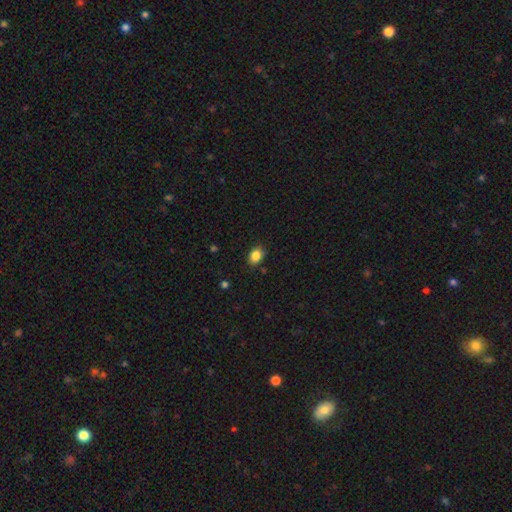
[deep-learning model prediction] Smooth or featured?
  - smooth: 85% *
  - star or artifact: 10%
  - featured or disk: 5%
How rounded?
  - in between: 69% *
  - round: 30%
  - cigar-shaped: 1%
Merging?
  - none: 86% *
  - minor disturbance: 10%
  - major disturbance: 2%
  - merger: 1%